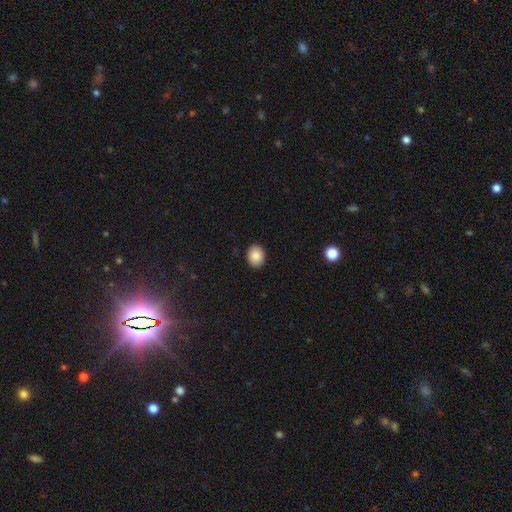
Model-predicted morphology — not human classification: smooth-or-featured: smooth: 88% | star or artifact: 8% | featured or disk: 4%
  how-rounded: in between: 54% | round: 46% | cigar-shaped: 1%
  merging: none: 90% | minor disturbance: 7% | major disturbance: 2% | merger: 1%